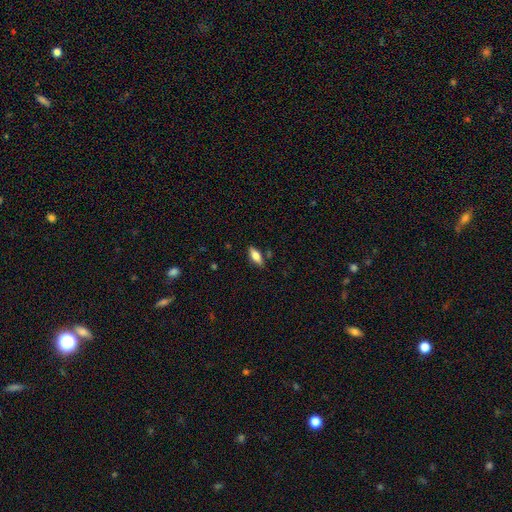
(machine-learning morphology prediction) Smooth or featured? Predicted: smooth (p=0.68). How rounded? Predicted: in between (p=0.75). Merging? Predicted: none (p=0.82).